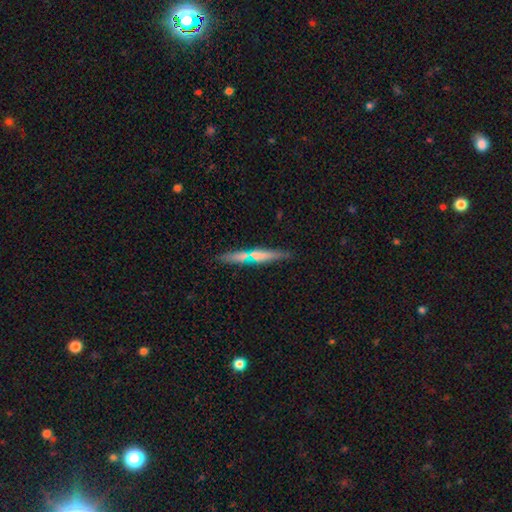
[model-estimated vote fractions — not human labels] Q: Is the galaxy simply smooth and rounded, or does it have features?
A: featured or disk — 52%.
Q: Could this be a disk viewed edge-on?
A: yes — 94%.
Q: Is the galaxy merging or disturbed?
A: none — 80%.